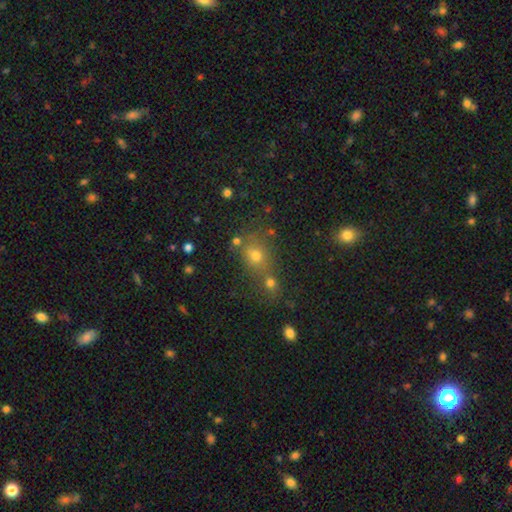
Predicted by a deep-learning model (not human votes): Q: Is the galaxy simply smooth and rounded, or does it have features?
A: smooth — 64%.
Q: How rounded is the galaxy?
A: round — 66%.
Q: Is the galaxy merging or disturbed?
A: none — 50%.